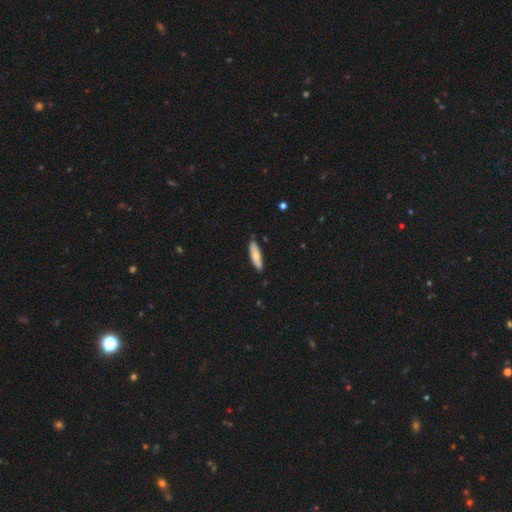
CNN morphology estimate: This is likely a smooth galaxy (73%). How rounded: likely cigar-shaped (65%). Merging: clearly none (86%).